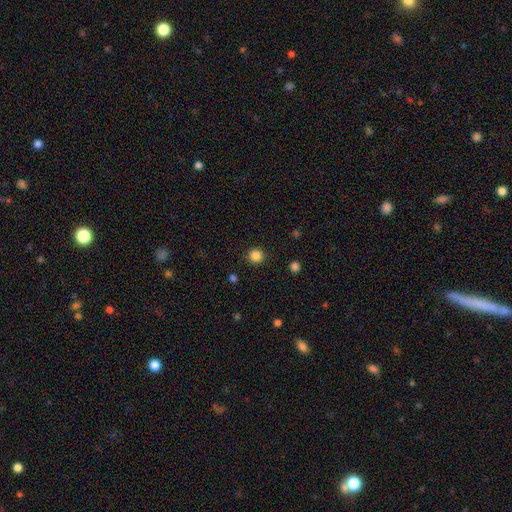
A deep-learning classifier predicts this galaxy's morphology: smooth 85%, star or artifact 11%, featured or disk 4%. Down the decision tree: how rounded — round (93%); merging — none (91%).